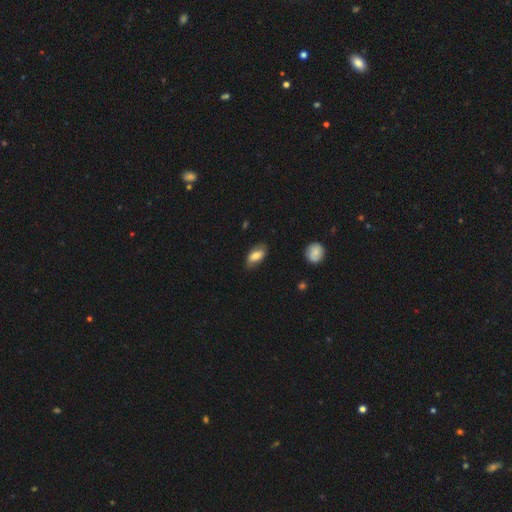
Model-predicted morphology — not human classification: Smooth or featured?
  - smooth: 73% *
  - featured or disk: 20%
  - star or artifact: 7%
How rounded?
  - in between: 89% *
  - cigar-shaped: 8%
  - round: 3%
Merging?
  - none: 71% *
  - minor disturbance: 23%
  - major disturbance: 5%
  - merger: 1%